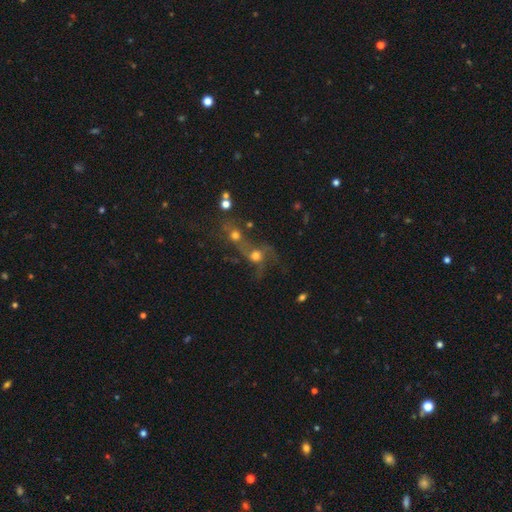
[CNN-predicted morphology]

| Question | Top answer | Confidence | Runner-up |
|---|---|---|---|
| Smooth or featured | smooth | 41% | featured or disk (37%) |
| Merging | merger | 51% | none (24%) |